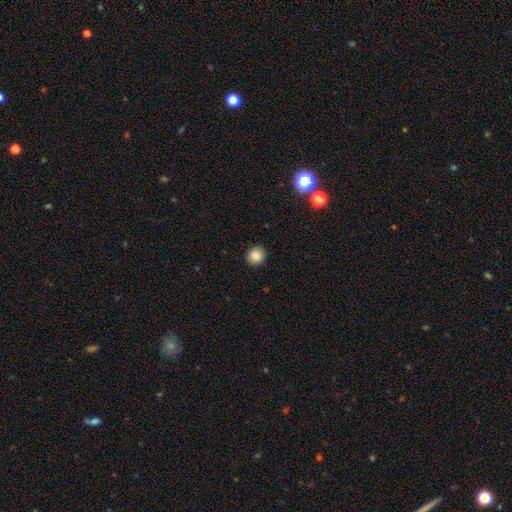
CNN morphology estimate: smooth_or_featured: smooth (p=0.85) [alt: star or artifact p=0.10]
how_rounded: round (p=0.90) [alt: in between p=0.09]
merging: none (p=0.92) [alt: minor disturbance p=0.05]